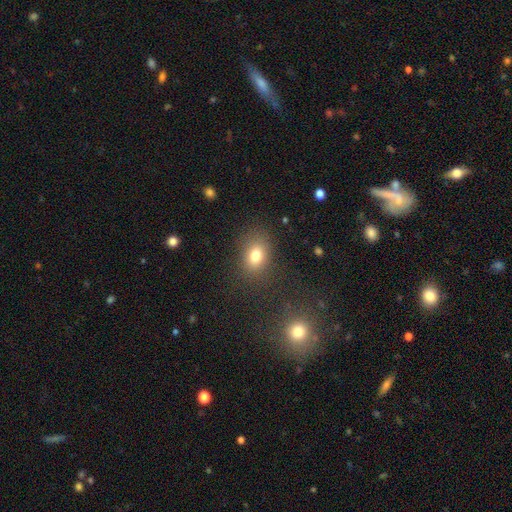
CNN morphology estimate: Smooth or featured?
  - smooth: 77% *
  - star or artifact: 13%
  - featured or disk: 10%
How rounded?
  - in between: 67% *
  - round: 31%
  - cigar-shaped: 1%
Merging?
  - none: 81% *
  - minor disturbance: 12%
  - major disturbance: 5%
  - merger: 2%